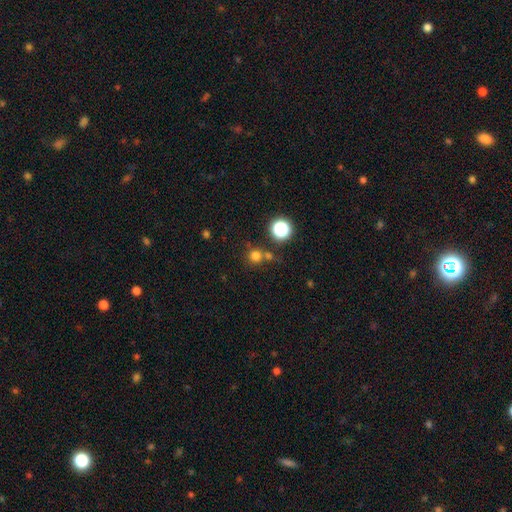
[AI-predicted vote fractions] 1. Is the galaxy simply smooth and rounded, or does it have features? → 72% smooth, 21% star or artifact, 7% featured or disk.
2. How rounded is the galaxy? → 92% round, 7% in between, 1% cigar-shaped.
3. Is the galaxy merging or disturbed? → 66% none, 21% merger, 9% minor disturbance, 4% major disturbance.